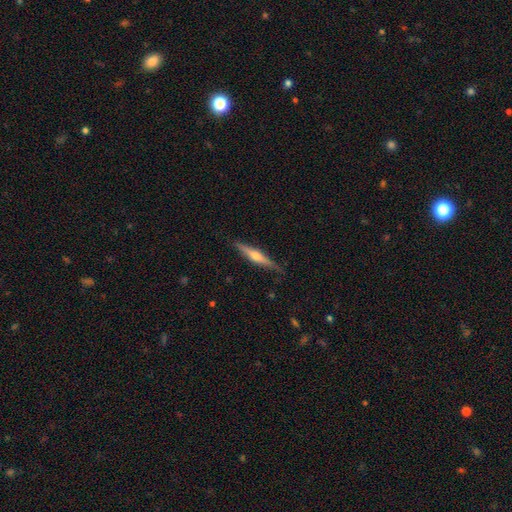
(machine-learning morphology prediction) Q: Smooth or featured?
A: featured or disk (67%); runner-up: smooth (27%)
Q: Edge-on disk?
A: yes (97%); runner-up: no (3%)
Q: Edge-on bulge?
A: rounded (85%); runner-up: none (8%)
Q: Merging?
A: none (85%); runner-up: minor disturbance (11%)